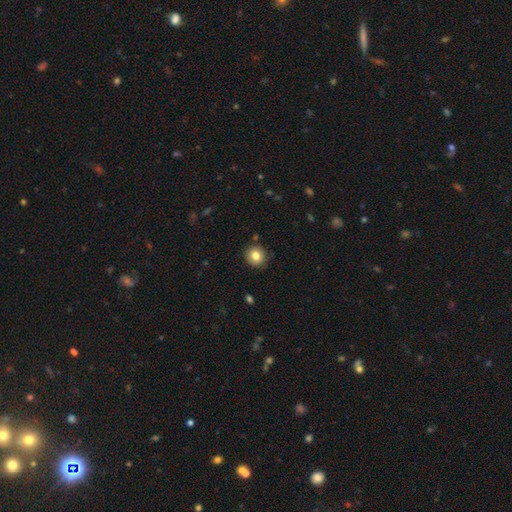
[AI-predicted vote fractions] smooth-or-featured: smooth: 82% | star or artifact: 10% | featured or disk: 9%
  how-rounded: round: 91% | in between: 8% | cigar-shaped: 1%
  merging: none: 90% | minor disturbance: 7% | major disturbance: 2% | merger: 2%